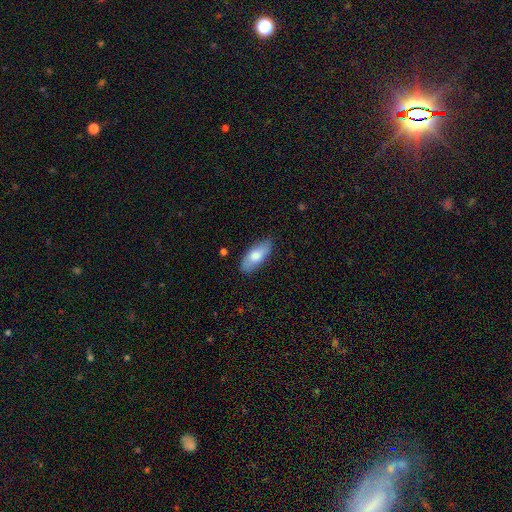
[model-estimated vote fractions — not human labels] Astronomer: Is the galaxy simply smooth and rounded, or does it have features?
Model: smooth — 73%.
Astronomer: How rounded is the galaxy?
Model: in between — 81%.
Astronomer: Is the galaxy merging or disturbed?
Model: none — 84%.